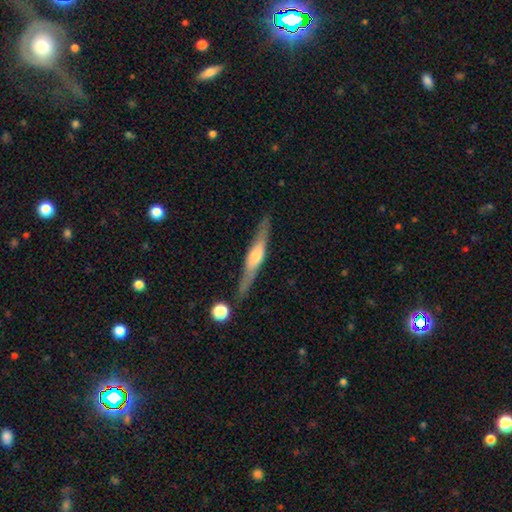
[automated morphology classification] type=featured or disk (68%); edge-on=yes (95%); edge-on bulge=rounded (75%); merging=none (82%).